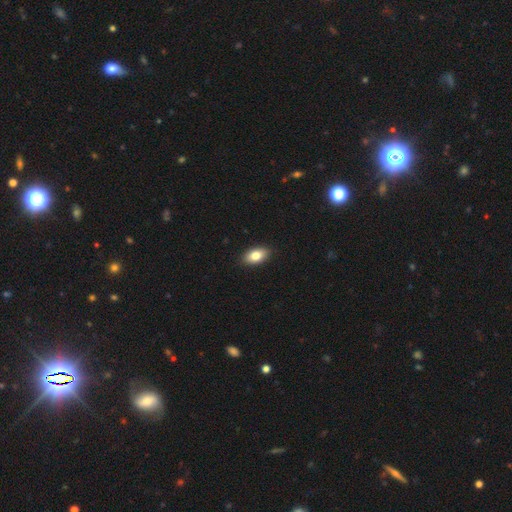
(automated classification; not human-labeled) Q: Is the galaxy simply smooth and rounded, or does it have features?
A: smooth — 83%.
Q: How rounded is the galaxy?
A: in between — 92%.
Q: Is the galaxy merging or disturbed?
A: none — 90%.